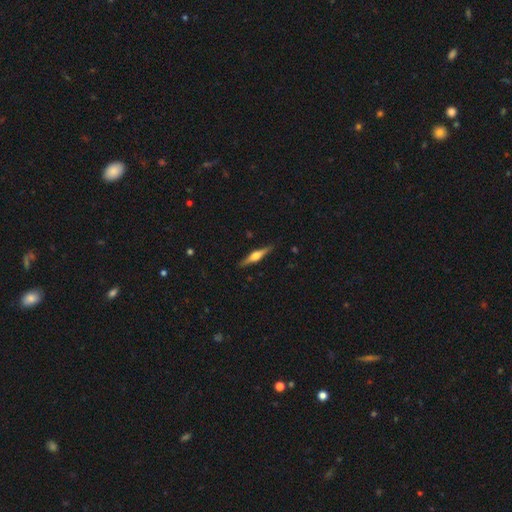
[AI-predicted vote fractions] smooth-or-featured: featured or disk: 71% | smooth: 23% | star or artifact: 5%
  disk-edge-on: yes: 98% | no: 2%
    edge-on-bulge: rounded: 91% | boxy: 7% | none: 2%
  merging: none: 89% | minor disturbance: 8% | major disturbance: 2% | merger: 1%